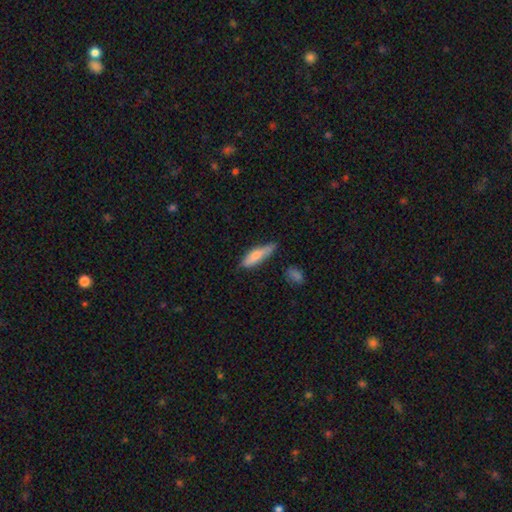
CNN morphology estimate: smooth_or_featured: smooth (p=0.71) [alt: featured or disk p=0.23]
how_rounded: cigar-shaped (p=0.60) [alt: in between p=0.38]
merging: none (p=0.58) [alt: minor disturbance p=0.30]